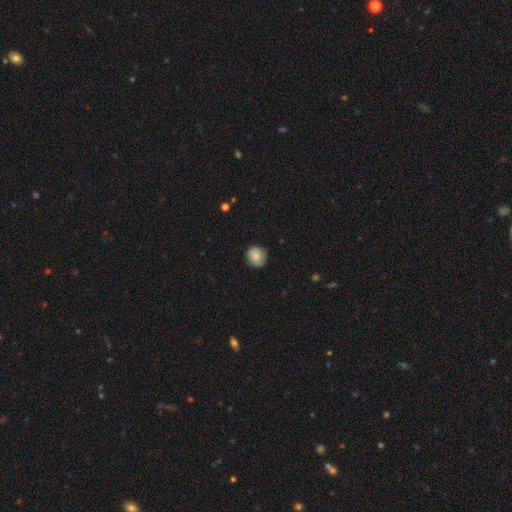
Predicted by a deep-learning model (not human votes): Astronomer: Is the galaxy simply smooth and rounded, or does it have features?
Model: smooth — 82%.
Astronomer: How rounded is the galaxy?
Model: round — 86%.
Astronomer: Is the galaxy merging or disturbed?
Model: none — 83%.